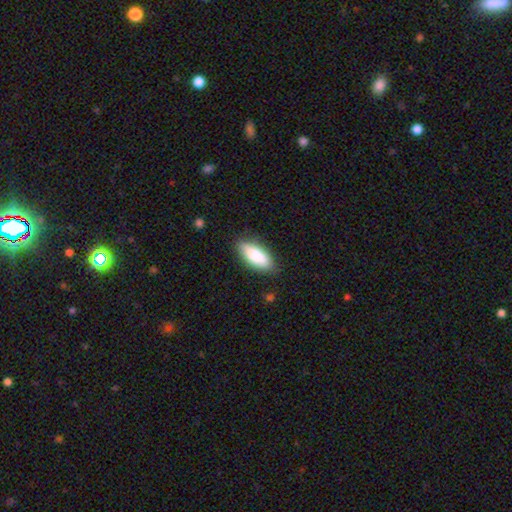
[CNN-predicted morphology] Smooth or featured?
  - smooth: 85% *
  - featured or disk: 9%
  - star or artifact: 6%
How rounded?
  - in between: 80% *
  - cigar-shaped: 18%
  - round: 2%
Merging?
  - none: 82% *
  - minor disturbance: 14%
  - major disturbance: 3%
  - merger: 1%